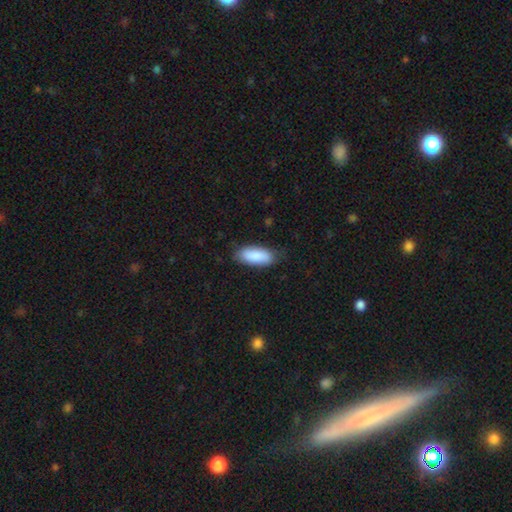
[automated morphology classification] smooth 88%, featured or disk 6%, star or artifact 6%. Down the decision tree: how rounded — in between (83%); merging — none (80%).